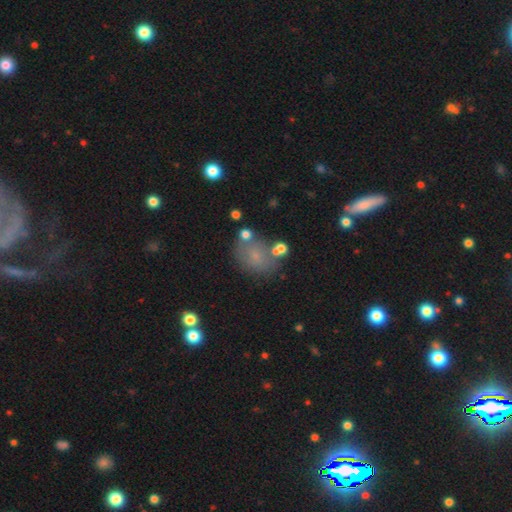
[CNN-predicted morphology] smooth_or_featured: smooth (p=0.65) [alt: featured or disk p=0.18]
how_rounded: in between (p=0.53) [alt: round p=0.46]
merging: none (p=0.61) [alt: minor disturbance p=0.19]